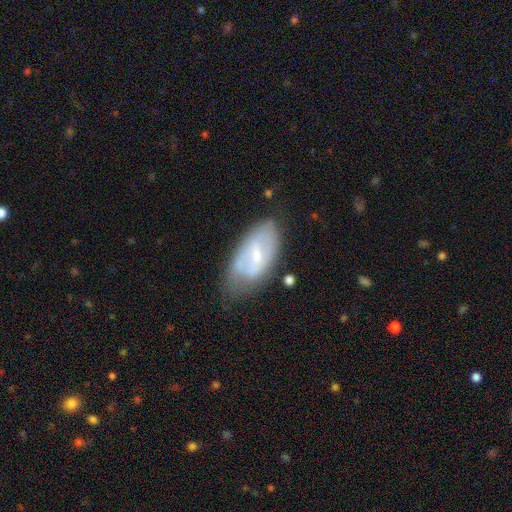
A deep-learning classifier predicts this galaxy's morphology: Overall: featured or disk (56%; smooth 37%). Edge-on disk: no (90%). Bar: weak (49%; strong 27%). Spiral arms: no (52%; yes 48%). Bulge size: small (54%; moderate 37%). Merging: none (54%; minor disturbance 31%).